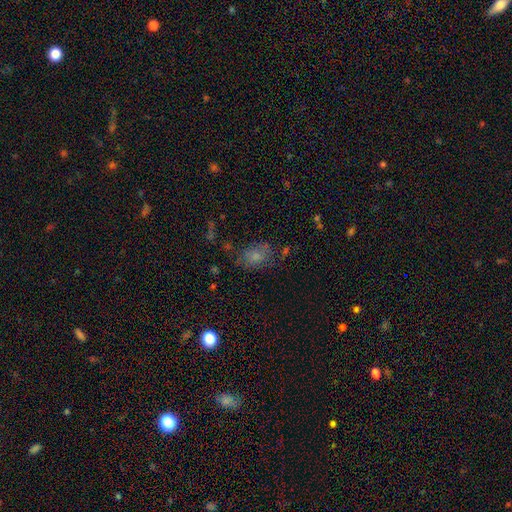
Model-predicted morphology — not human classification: This is likely a smooth galaxy (70%). How rounded: likely in between (73%). Merging: possibly none (56%).